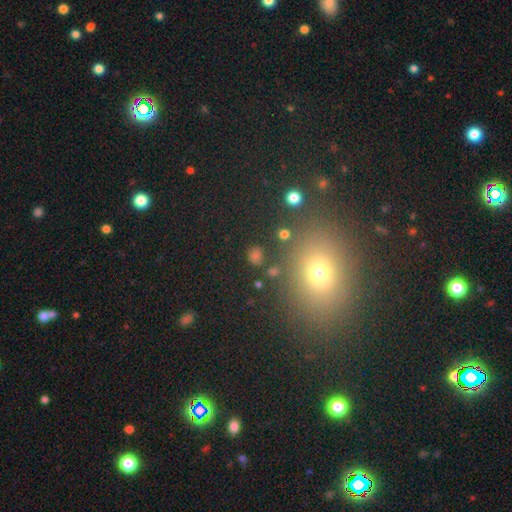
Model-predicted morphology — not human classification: Smooth or featured? smooth (58%)
How rounded? round (55%)
Merging? none (83%)